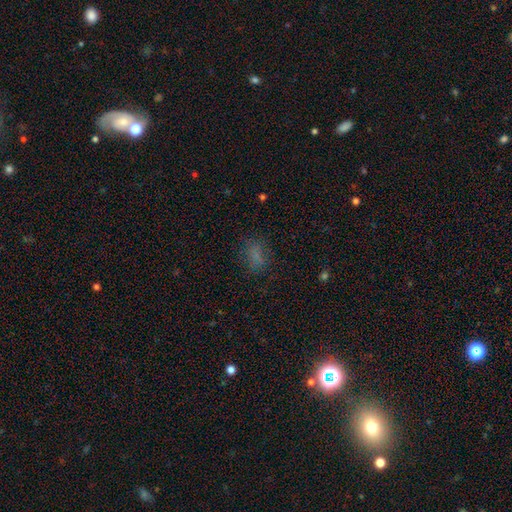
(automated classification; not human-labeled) Overall: smooth (71%). How rounded: in between (72%). Merging: none (75%).